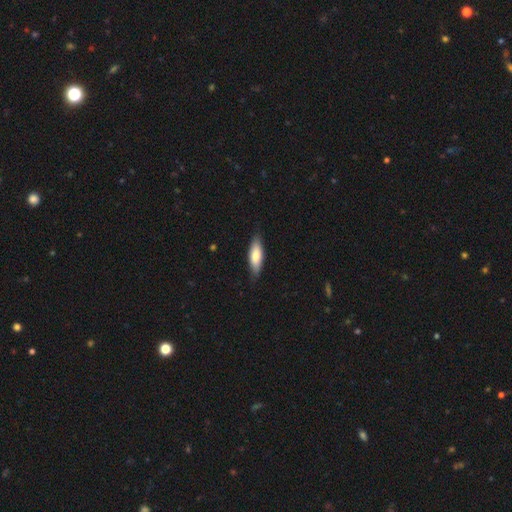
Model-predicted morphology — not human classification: A smooth galaxy with no disk features (76%) that is in between round and cigar-shaped (59%). Merging: none (82%).